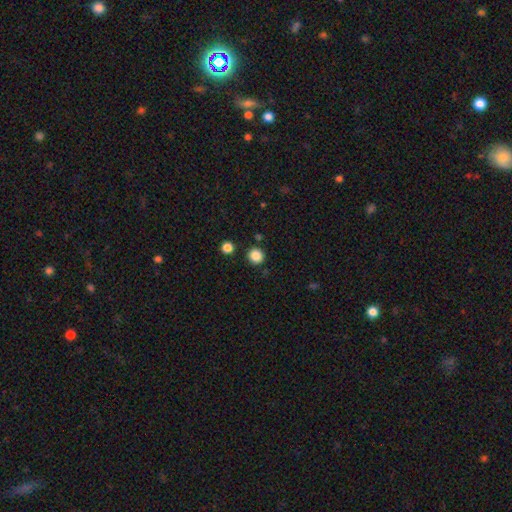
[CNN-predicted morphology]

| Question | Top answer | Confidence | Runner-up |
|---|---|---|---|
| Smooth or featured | smooth | 86% | star or artifact (11%) |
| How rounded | round | 92% | in between (7%) |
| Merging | none | 89% | minor disturbance (6%) |